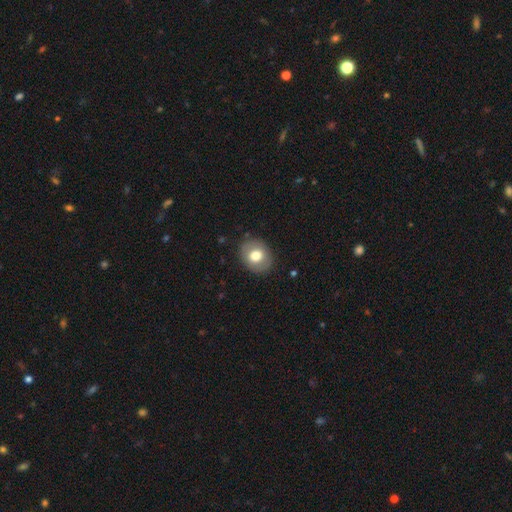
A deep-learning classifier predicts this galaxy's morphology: A smooth galaxy with no disk features (72%) that is round (58%). Merging: none (87%).